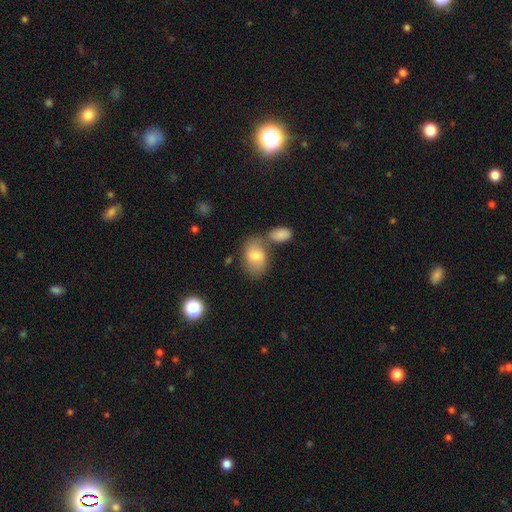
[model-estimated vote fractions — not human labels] This is likely a smooth galaxy (67%). How rounded: clearly in between (82%). Merging: possibly none (48%).